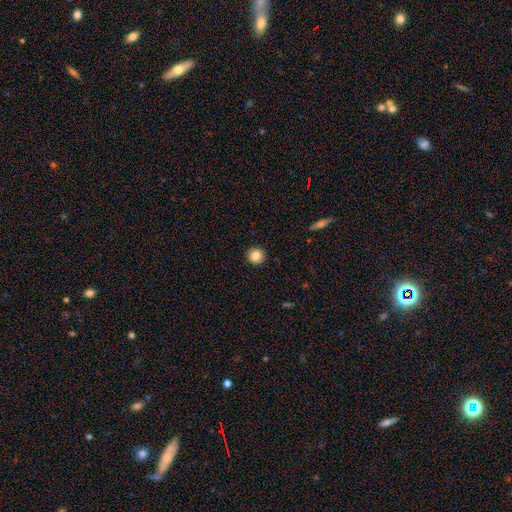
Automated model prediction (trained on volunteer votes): Smooth or featured? Predicted: smooth (p=0.84). How rounded? Predicted: round (p=0.93). Merging? Predicted: none (p=0.92).